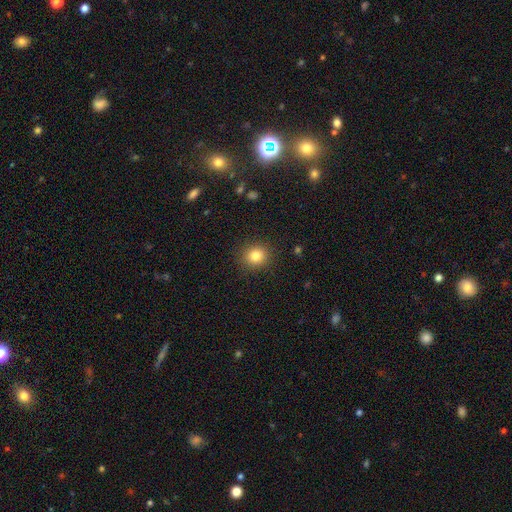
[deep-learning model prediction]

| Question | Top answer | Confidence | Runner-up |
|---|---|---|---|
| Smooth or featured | smooth | 83% | star or artifact (11%) |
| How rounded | round | 85% | in between (14%) |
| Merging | none | 90% | minor disturbance (7%) |